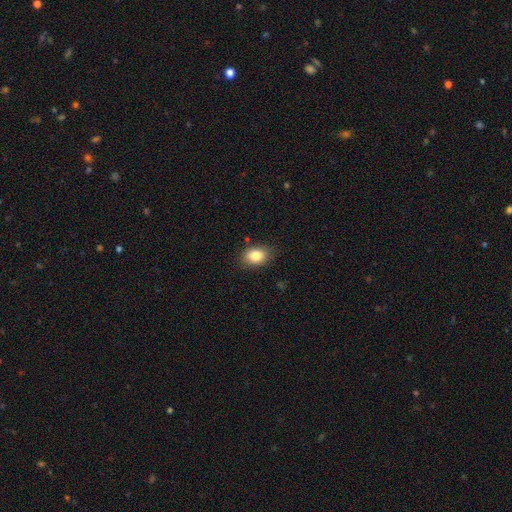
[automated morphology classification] The model was most divided on "how rounded": in between: 76%, round: 23%, cigar-shaped: 1%. More confident: smooth or featured — smooth (84%); merging — none (83%).